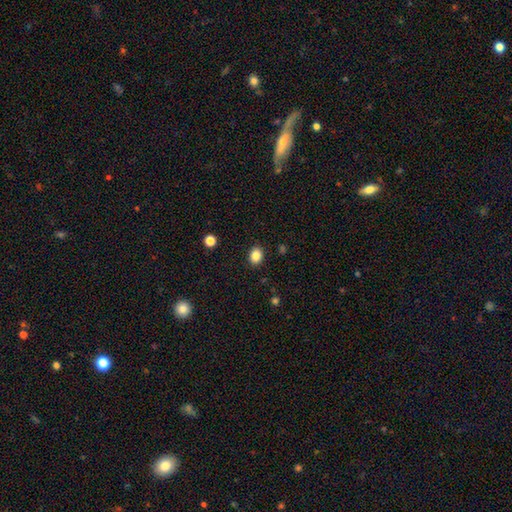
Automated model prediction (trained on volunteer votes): Morphology: type=smooth (85%); roundness=in between (52%); merging=none (90%).